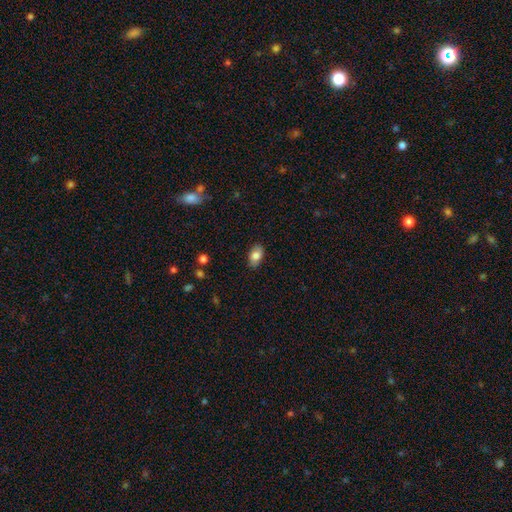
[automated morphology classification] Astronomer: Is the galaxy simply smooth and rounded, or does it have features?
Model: smooth — 81%.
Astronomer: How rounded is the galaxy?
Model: in between — 91%.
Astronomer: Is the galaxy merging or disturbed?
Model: none — 85%.